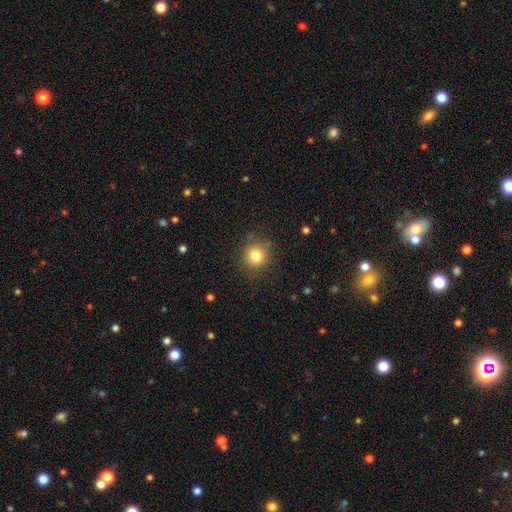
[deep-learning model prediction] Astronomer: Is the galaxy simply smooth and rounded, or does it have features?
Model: smooth — 81%.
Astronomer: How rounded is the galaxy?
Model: round — 90%.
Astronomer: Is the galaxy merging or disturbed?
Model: none — 87%.